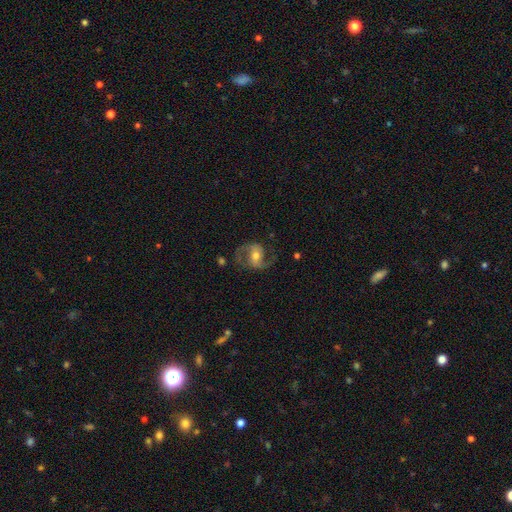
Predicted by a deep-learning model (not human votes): Smooth or featured?
  - featured or disk: 84% *
  - smooth: 10%
  - star or artifact: 6%
Edge-on disk?
  - no: 97% *
  - yes: 3%
Bar?
  - weak: 40% *
  - no: 34%
  - strong: 26%
Spiral arms?
  - yes: 95% *
  - no: 5%
Spiral winding?
  - medium: 52% *
  - loose: 36%
  - tight: 12%
Spiral arm count?
  - 2: 91% *
  - can't tell: 3%
  - 1: 3%
  - 3: 1%
  - 4: 1%
  - more than 4: 1%
Bulge size?
  - moderate: 61% *
  - small: 31%
  - large: 5%
  - none: 2%
  - dominant: 1%
Merging?
  - none: 73% *
  - minor disturbance: 15%
  - major disturbance: 11%
  - merger: 2%